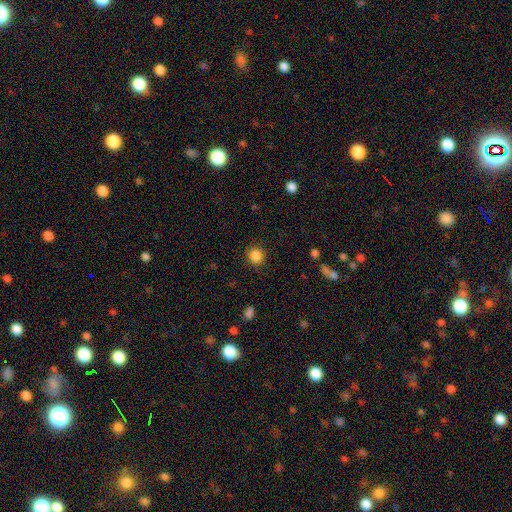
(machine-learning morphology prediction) A smooth galaxy with no disk features (86%) that is round (88%).

Vote fractions:
- Smooth or featured? smooth: 86% / star or artifact: 11% / featured or disk: 4%
- How rounded? round: 88% / in between: 11% / cigar-shaped: 1%
- Merging? none: 88% / minor disturbance: 8% / major disturbance: 3% / merger: 1%